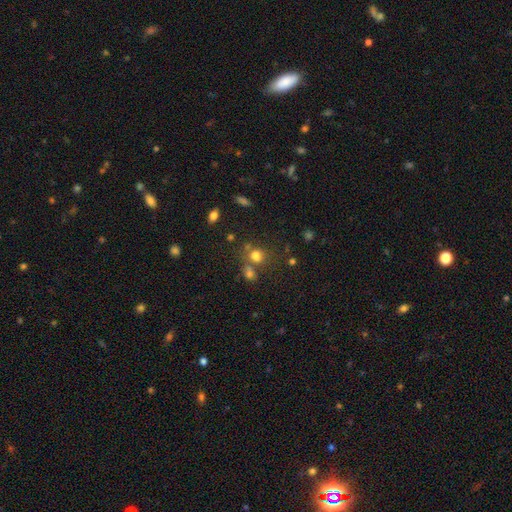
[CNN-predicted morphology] This is likely a smooth galaxy (73%). How rounded: likely round (65%). Merging: possibly none (54%).